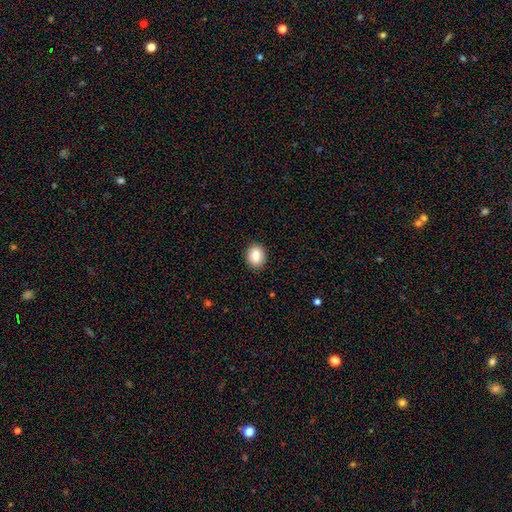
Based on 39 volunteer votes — Volunteers were most divided on "how rounded": round: 51%, in between: 49%, cigar-shaped: 0%. More confident: merging — none (94%); smooth or featured — smooth (90%).